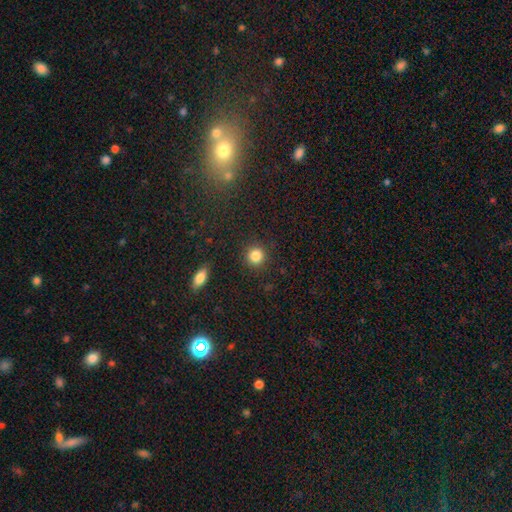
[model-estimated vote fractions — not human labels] smooth_or_featured: smooth (p=0.85) [alt: star or artifact p=0.10]
how_rounded: round (p=0.92) [alt: in between p=0.07]
merging: none (p=0.89) [alt: minor disturbance p=0.07]